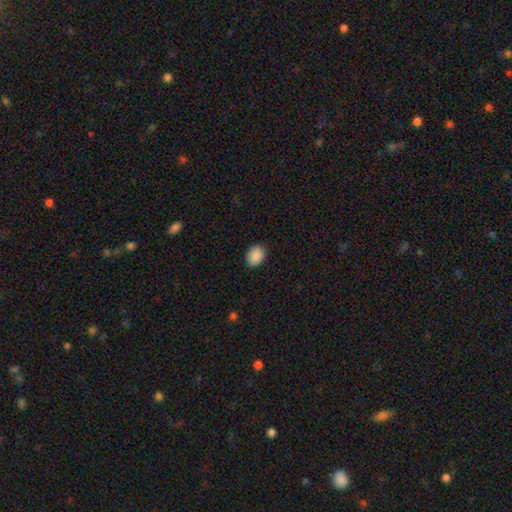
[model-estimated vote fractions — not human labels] Overall: smooth (90%). How rounded: in between (65%; round 34%). Merging: none (89%).